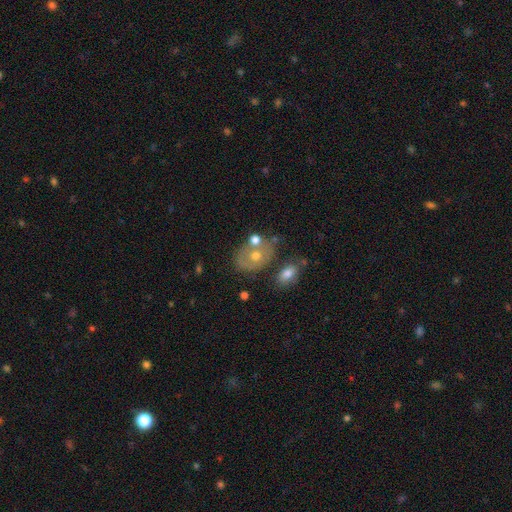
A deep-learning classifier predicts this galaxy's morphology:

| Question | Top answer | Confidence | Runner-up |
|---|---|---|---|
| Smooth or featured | smooth | 45% | featured or disk (44%) |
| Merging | none | 47% | merger (24%) |